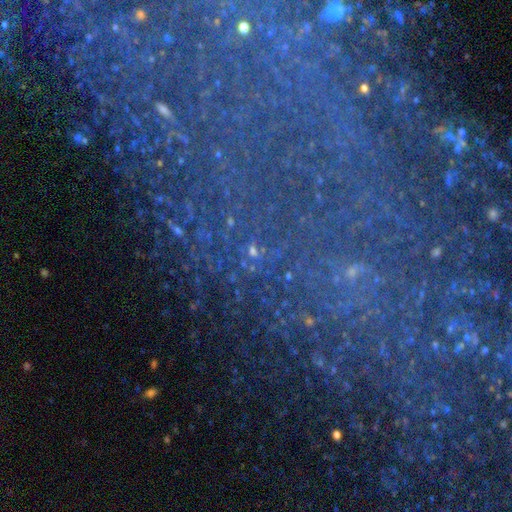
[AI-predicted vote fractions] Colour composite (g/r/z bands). It shows a star or artifact, not a galaxy (78%).